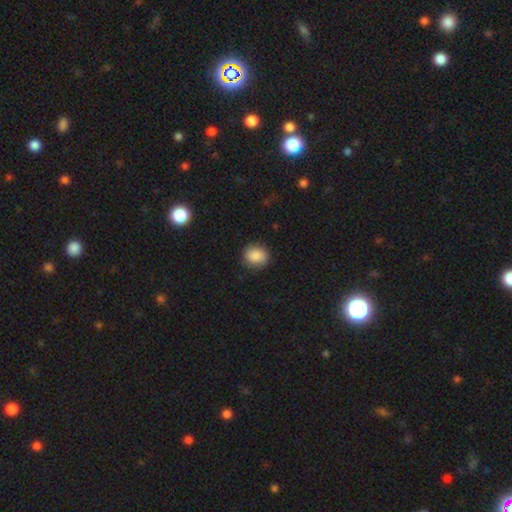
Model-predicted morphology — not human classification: smooth-or-featured: smooth: 86% | star or artifact: 8% | featured or disk: 6%
  how-rounded: round: 68% | in between: 31% | cigar-shaped: 1%
  merging: none: 84% | minor disturbance: 12% | major disturbance: 3% | merger: 1%